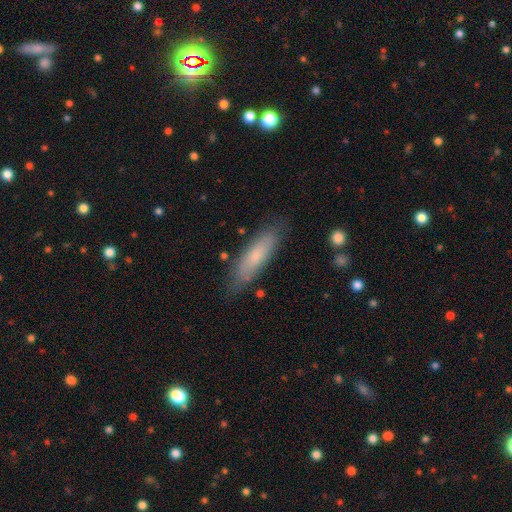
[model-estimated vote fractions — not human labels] smooth-or-featured: smooth: 70% | featured or disk: 24% | star or artifact: 6%
  how-rounded: cigar-shaped: 64% | in between: 35% | round: 2%
  merging: none: 80% | minor disturbance: 15% | major disturbance: 3% | merger: 2%